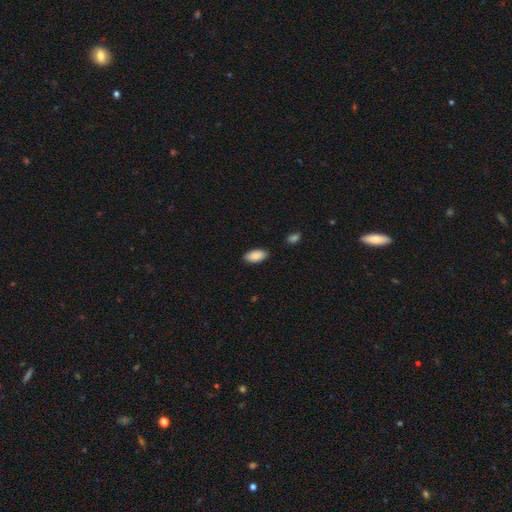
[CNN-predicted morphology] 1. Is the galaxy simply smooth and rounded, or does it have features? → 89% smooth, 6% star or artifact, 5% featured or disk.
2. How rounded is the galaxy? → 94% in between, 4% cigar-shaped, 2% round.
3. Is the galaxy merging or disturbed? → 86% none, 10% minor disturbance, 2% major disturbance, 1% merger.